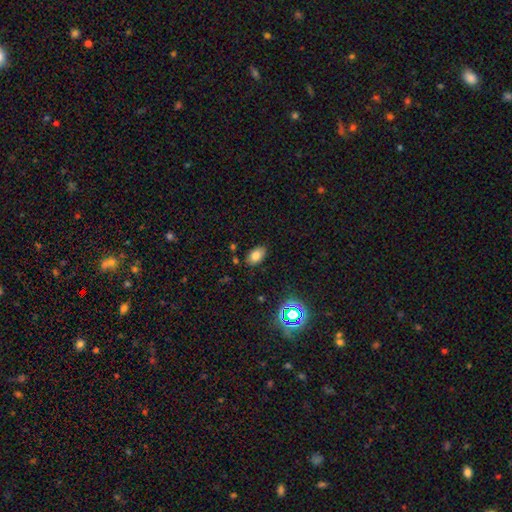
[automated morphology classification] Smooth or featured? smooth (77%)
How rounded? in between (90%)
Merging? none (84%)